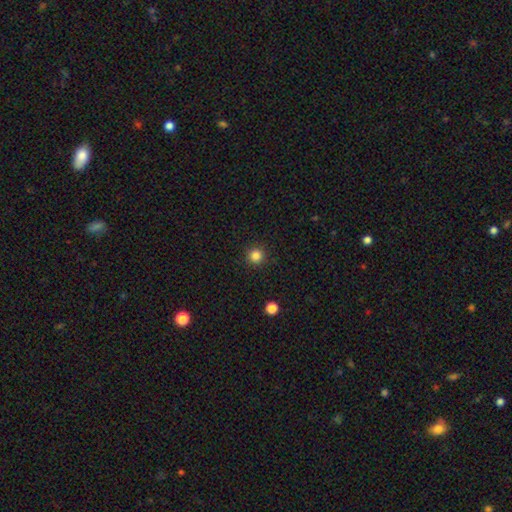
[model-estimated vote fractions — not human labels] Morphology: type=smooth (84%); roundness=round (95%); merging=none (92%).